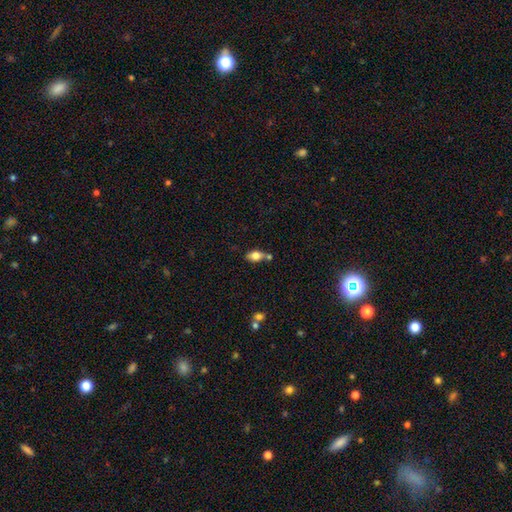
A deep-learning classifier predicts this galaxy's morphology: Smooth or featured? smooth (78%)
How rounded? in between (85%)
Merging? none (59%)